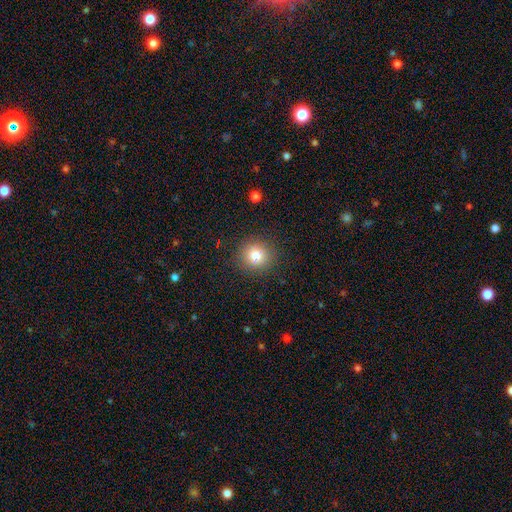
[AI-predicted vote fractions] Smooth or featured: smooth — 79% (star or artifact — 12%)
How rounded: round — 88% (in between — 11%)
Merging: none — 89% (minor disturbance — 7%)